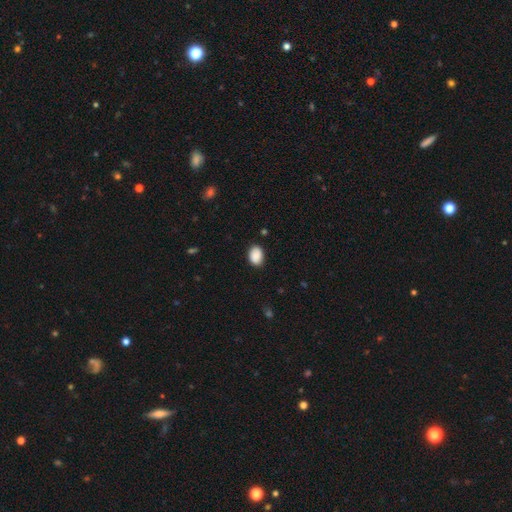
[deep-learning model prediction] The model was most divided on "how rounded": in between: 78%, round: 21%, cigar-shaped: 1%. More confident: smooth or featured — smooth (90%); merging — none (84%).